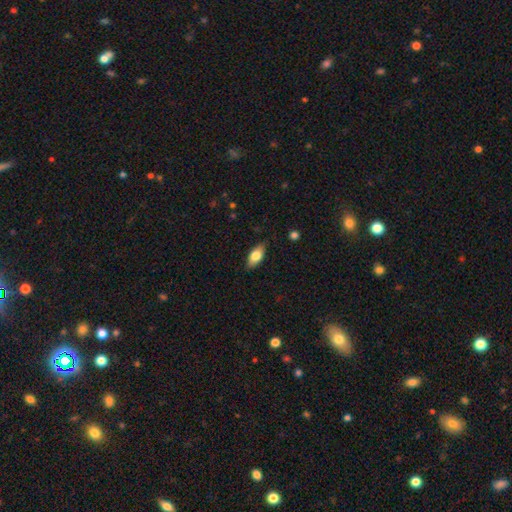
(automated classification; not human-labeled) Smooth or featured? Predicted: smooth (p=0.75). How rounded? Predicted: in between (p=0.87). Merging? Predicted: none (p=0.84).